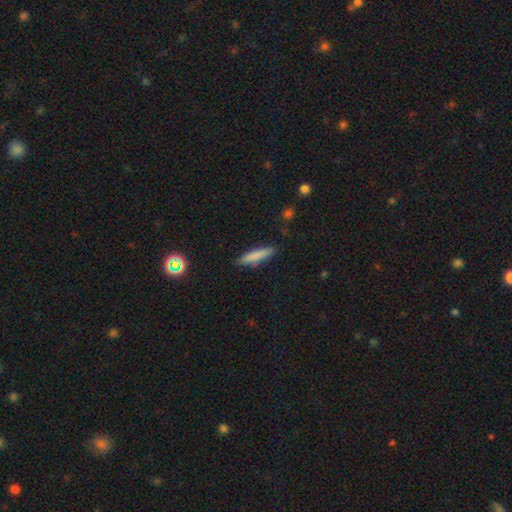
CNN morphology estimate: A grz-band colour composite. It shows a smooth galaxy with no disk features (79%) that is cigar-shaped (84%). Merging: none (85%).